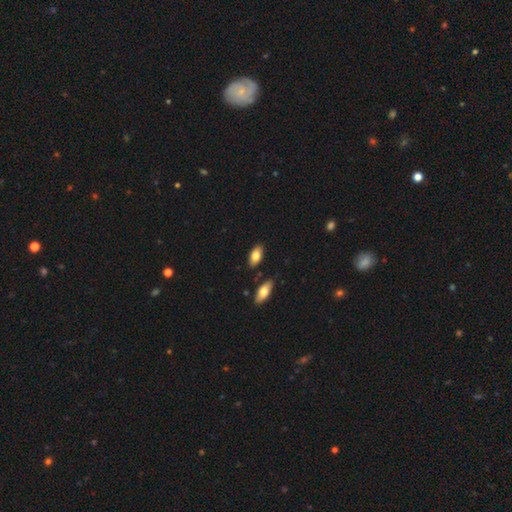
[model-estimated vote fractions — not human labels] Overall: smooth (81%). How rounded: in between (92%). Merging: none (84%).